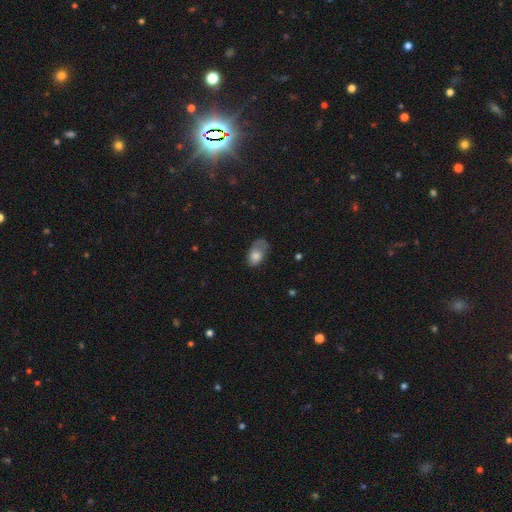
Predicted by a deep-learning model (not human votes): A smooth galaxy with no disk features (69%) that is in between round and cigar-shaped (90%).

Vote fractions:
- Smooth or featured? smooth: 69% / featured or disk: 23% / star or artifact: 8%
- How rounded? in between: 90% / round: 8% / cigar-shaped: 2%
- Merging? none: 36% (tied) / minor disturbance: 36% (tied) / major disturbance: 26% / merger: 2%